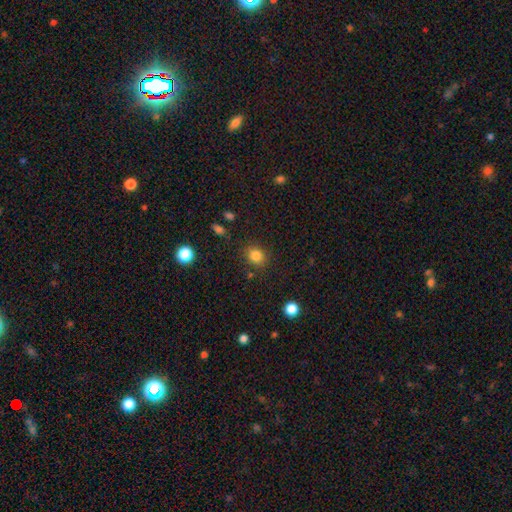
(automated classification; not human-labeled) Overall: smooth (83%). How rounded: round (75%). Merging: none (85%).